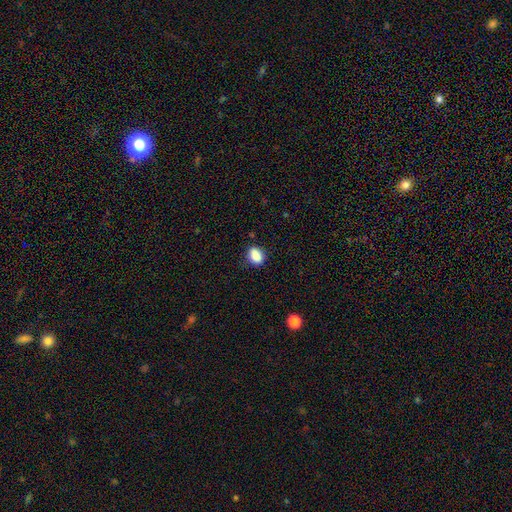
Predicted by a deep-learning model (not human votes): A smooth galaxy with no disk features (87%) that is in between round and cigar-shaped (61%). Merging: none (77%).